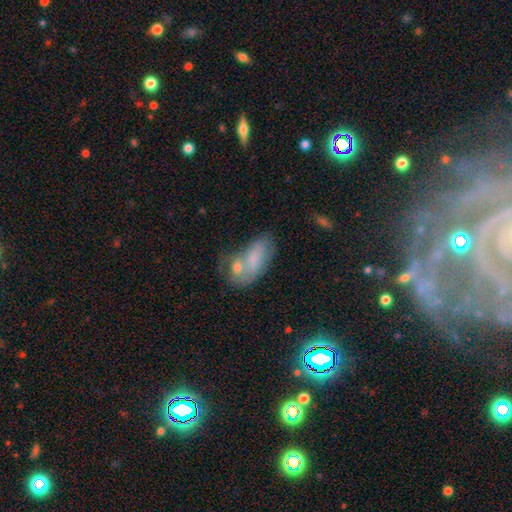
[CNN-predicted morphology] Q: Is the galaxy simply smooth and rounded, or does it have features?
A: smooth — 66%.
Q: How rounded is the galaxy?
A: in between — 90%.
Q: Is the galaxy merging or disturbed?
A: merger — 48%.